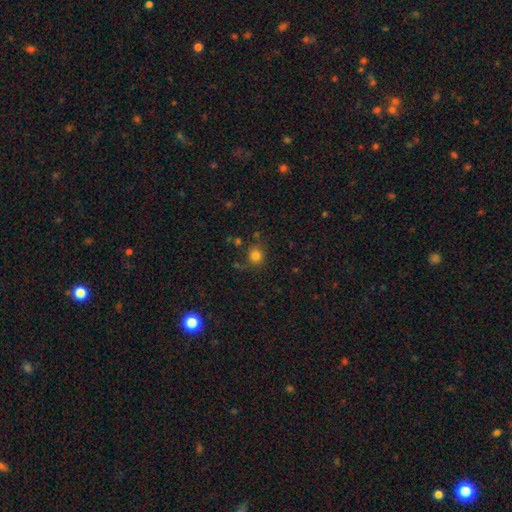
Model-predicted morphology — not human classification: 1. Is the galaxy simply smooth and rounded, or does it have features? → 80% smooth, 14% star or artifact, 7% featured or disk.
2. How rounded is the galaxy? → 83% round, 16% in between, 1% cigar-shaped.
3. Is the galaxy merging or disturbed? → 76% none, 14% minor disturbance, 5% major disturbance, 5% merger.